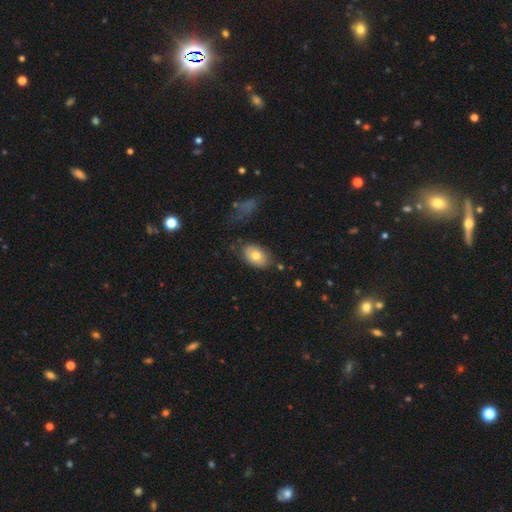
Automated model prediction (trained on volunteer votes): Smooth or featured? Predicted: smooth (p=0.74). How rounded? Predicted: in between (p=0.88). Merging? Predicted: none (p=0.75).